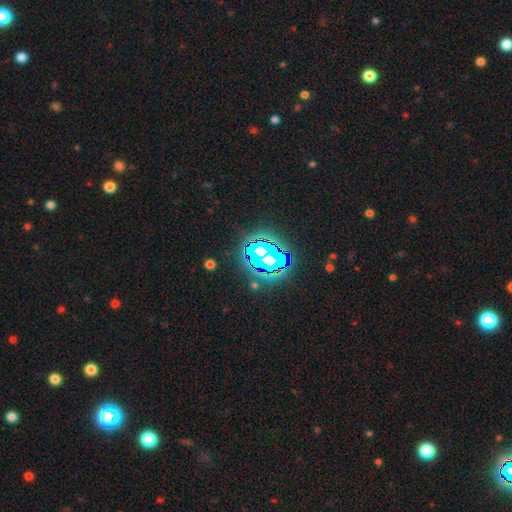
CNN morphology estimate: This is likely a star or artifact rather than a galaxy (79%).